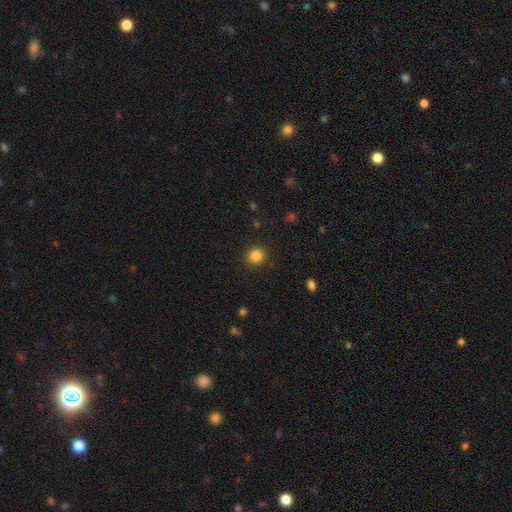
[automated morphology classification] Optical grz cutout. It shows a smooth galaxy with no disk features (84%) that is round (87%). Merging: none (90%).